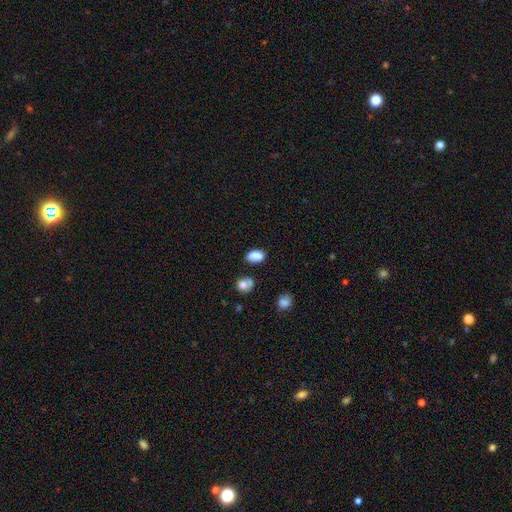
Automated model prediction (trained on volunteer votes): This appears to be a smooth galaxy with no disk features (82%) that is in between round and cigar-shaped (87%). Merging: none (63%).